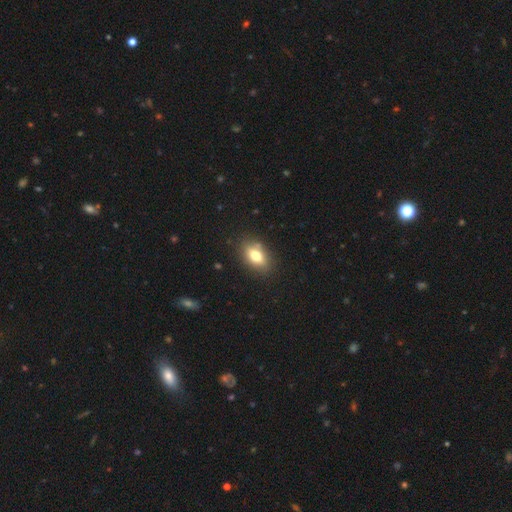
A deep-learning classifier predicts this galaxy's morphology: Smooth or featured? smooth (76%)
How rounded? in between (85%)
Merging? none (83%)